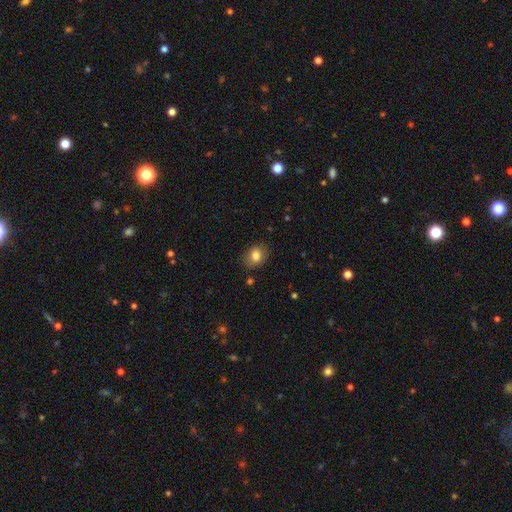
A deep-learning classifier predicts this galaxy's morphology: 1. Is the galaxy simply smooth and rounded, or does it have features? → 82% smooth, 9% star or artifact, 9% featured or disk.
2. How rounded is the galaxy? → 56% in between, 43% round, 1% cigar-shaped.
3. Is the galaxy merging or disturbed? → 80% none, 15% minor disturbance, 3% major disturbance, 1% merger.